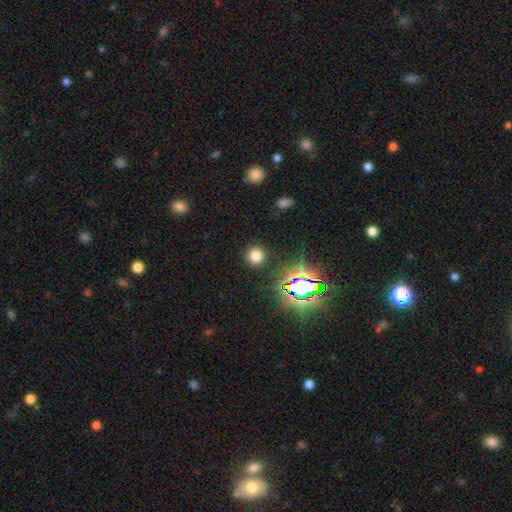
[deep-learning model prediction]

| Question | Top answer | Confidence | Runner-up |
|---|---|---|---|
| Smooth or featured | smooth | 71% | star or artifact (22%) |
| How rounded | round | 91% | in between (8%) |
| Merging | none | 88% | minor disturbance (7%) |